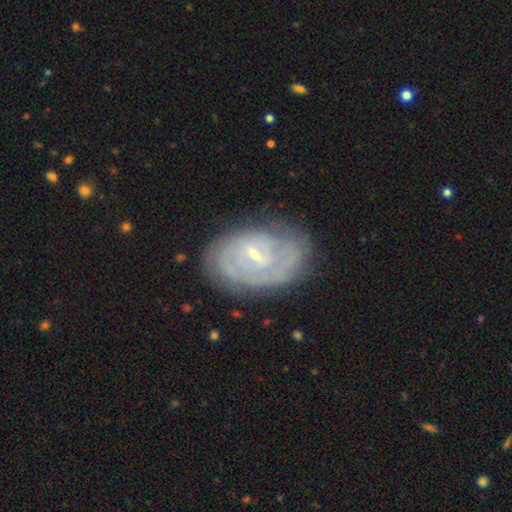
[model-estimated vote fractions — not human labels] Smooth or featured? featured or disk (74%)
Edge-on disk? no (96%)
Bar? weak (59%)
Spiral arms? yes (82%)
Spiral winding? tight (63%)
Spiral arm count? can't tell (46%)
Bulge size? small (68%)
Merging? none (70%)